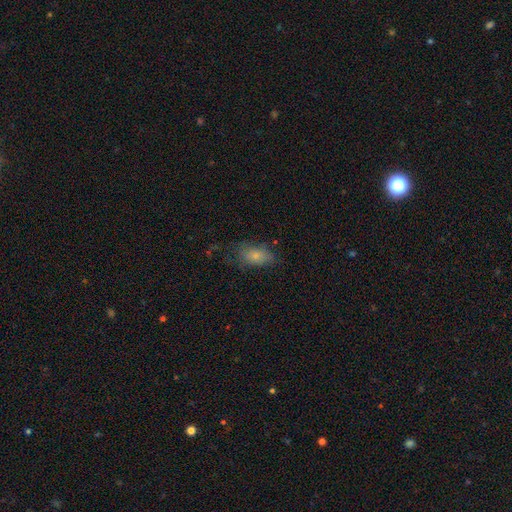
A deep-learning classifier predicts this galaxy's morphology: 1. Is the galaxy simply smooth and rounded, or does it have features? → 76% smooth, 15% featured or disk, 9% star or artifact.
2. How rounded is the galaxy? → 88% in between, 8% round, 4% cigar-shaped.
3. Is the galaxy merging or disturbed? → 56% none, 28% minor disturbance, 15% major disturbance, 2% merger.